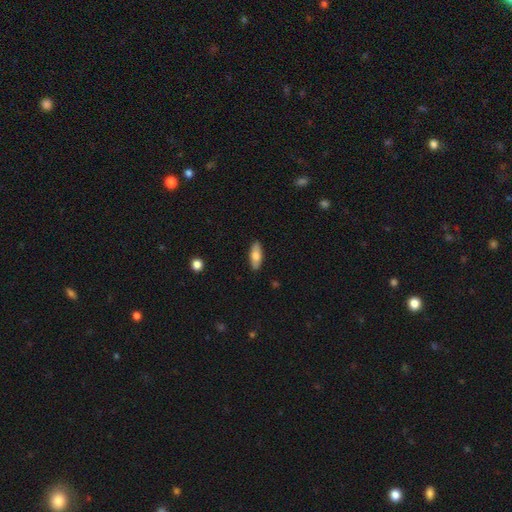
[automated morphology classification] Smooth or featured: smooth — 72% (featured or disk — 22%)
How rounded: in between — 70% (cigar-shaped — 27%)
Merging: none — 89% (minor disturbance — 9%)